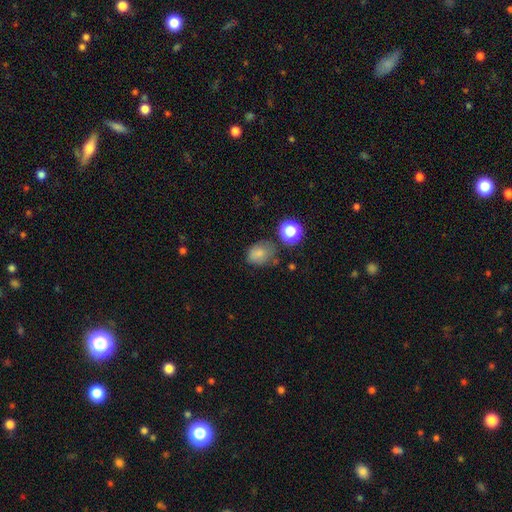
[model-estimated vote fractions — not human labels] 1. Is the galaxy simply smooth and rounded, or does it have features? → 61% smooth, 26% star or artifact, 14% featured or disk.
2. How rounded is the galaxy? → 59% round, 40% in between, 1% cigar-shaped.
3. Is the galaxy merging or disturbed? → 67% none, 20% minor disturbance, 7% major disturbance, 6% merger.